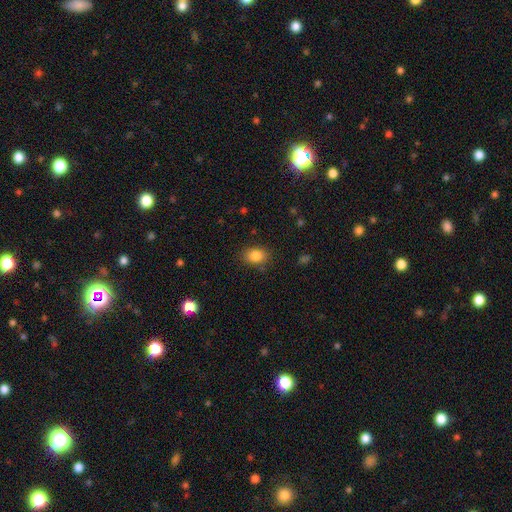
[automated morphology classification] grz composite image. It shows a smooth galaxy with no disk features (85%) that is in between round and cigar-shaped (69%). Merging: none (84%).